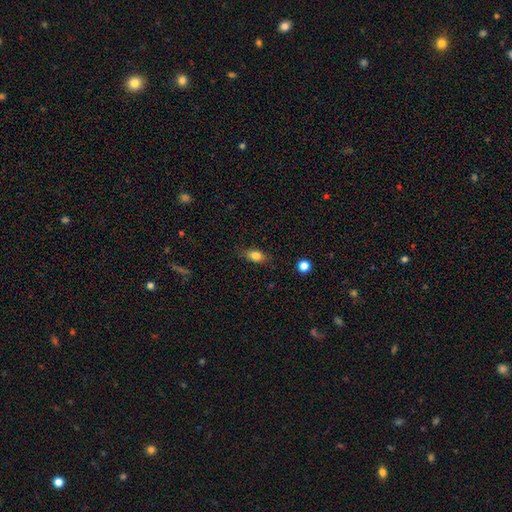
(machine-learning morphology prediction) This is clearly a smooth galaxy (82%). How rounded: clearly in between (81%). Merging: clearly none (80%).